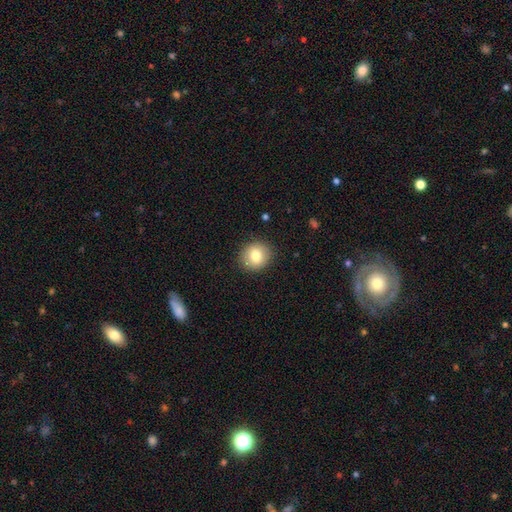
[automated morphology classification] This is likely a smooth galaxy (78%). How rounded: clearly round (84%). Merging: clearly none (90%).